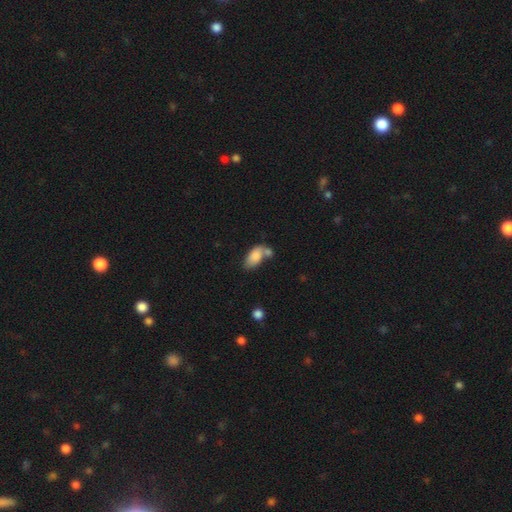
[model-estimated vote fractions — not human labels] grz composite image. It shows a smooth galaxy with no disk features (83%) that is in between round and cigar-shaped (92%). Merging: merger (39%).